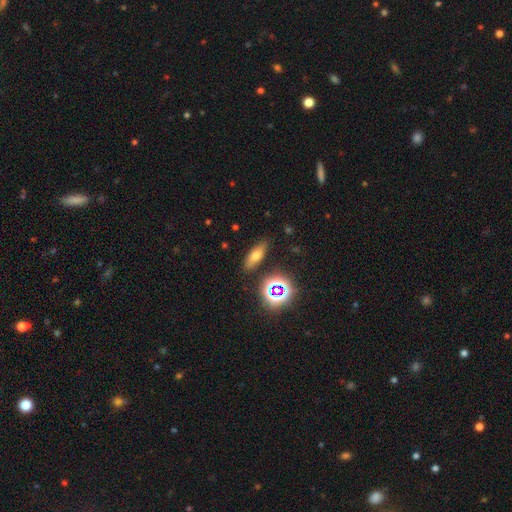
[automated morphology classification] smooth 62%, featured or disk 20%, star or artifact 19%. Down the decision tree: how rounded — in between (57%); merging — none (84%).